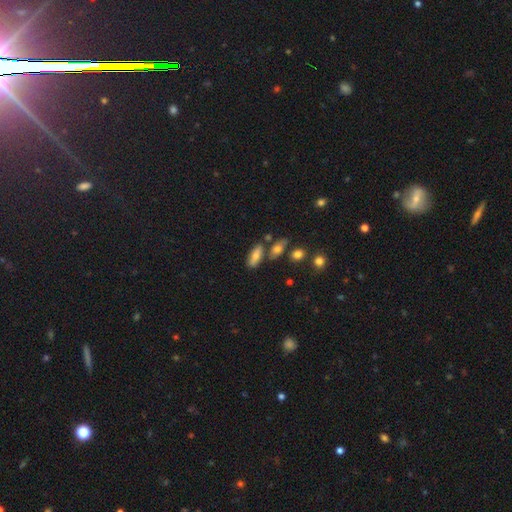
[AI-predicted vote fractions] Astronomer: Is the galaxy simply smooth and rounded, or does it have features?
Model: smooth — 72%.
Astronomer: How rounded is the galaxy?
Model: in between — 73%.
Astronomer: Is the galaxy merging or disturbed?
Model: none — 65%.